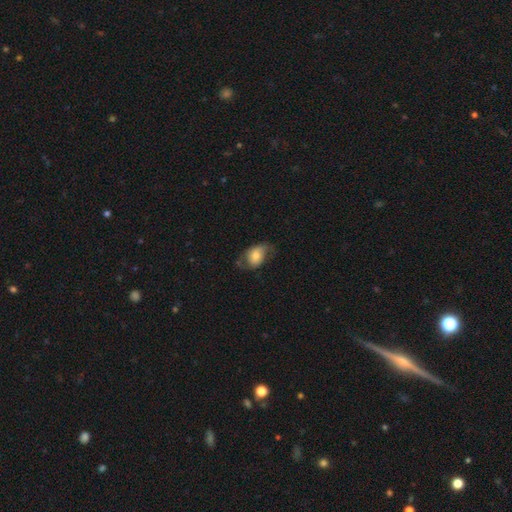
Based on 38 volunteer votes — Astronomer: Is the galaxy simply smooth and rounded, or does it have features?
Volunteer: smooth — 66%.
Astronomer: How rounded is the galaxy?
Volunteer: in between — 80%.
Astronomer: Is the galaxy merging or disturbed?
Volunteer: none — 51%.